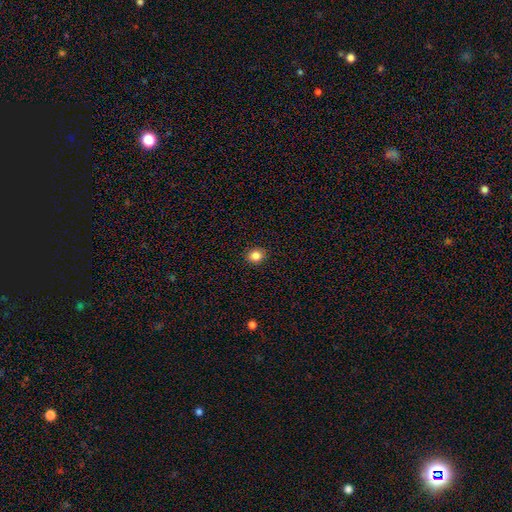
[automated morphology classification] Smooth or featured?
  - smooth: 85% *
  - star or artifact: 11%
  - featured or disk: 5%
How rounded?
  - round: 74% *
  - in between: 25%
  - cigar-shaped: 1%
Merging?
  - none: 91% *
  - minor disturbance: 6%
  - major disturbance: 2%
  - merger: 1%